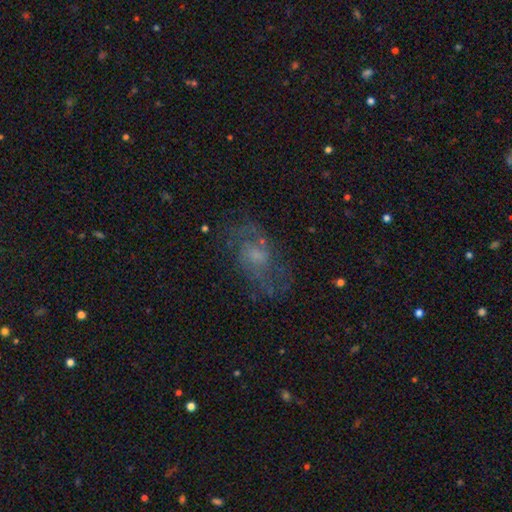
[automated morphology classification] This is likely a featured or disk galaxy (69%). It is clearly not viewed edge-on (96%). Bar: likely no (61%). Spiral arm pattern: clearly yes (84%). Spiral arm count: likely 2 (74%). Spiral winding: possibly medium (49%). Central bulge: possibly small (47%). Merging: likely none (65%).